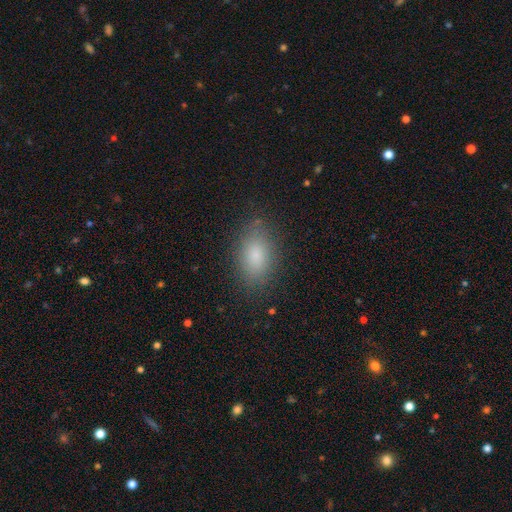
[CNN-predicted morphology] Smooth or featured?
  - smooth: 82% *
  - star or artifact: 10%
  - featured or disk: 8%
How rounded?
  - in between: 88% *
  - round: 10%
  - cigar-shaped: 2%
Merging?
  - none: 84% *
  - minor disturbance: 12%
  - major disturbance: 4%
  - merger: 1%